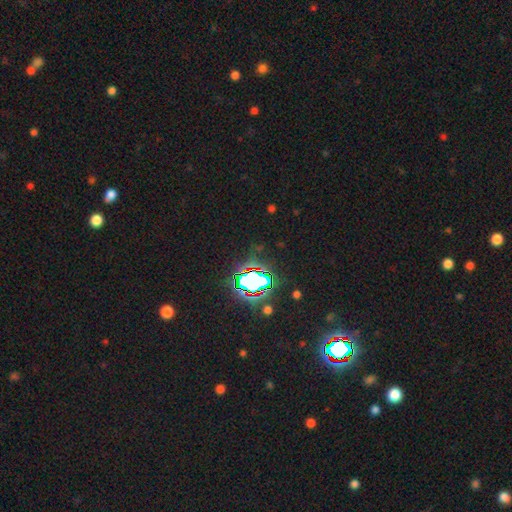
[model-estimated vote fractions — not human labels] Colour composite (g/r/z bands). It shows a star or artifact, not a galaxy (82%).